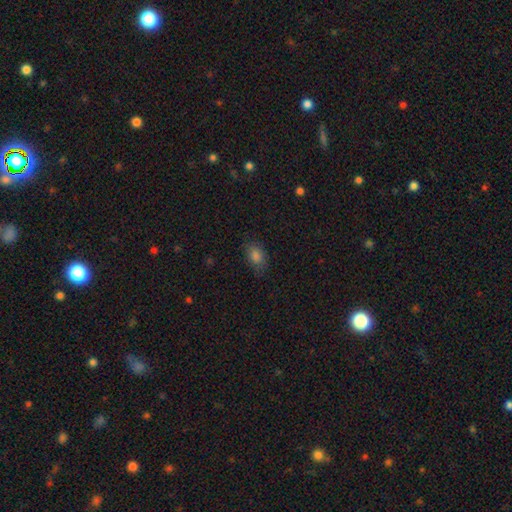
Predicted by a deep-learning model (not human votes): This is clearly a smooth galaxy (80%). How rounded: clearly in between (84%). Merging: likely none (77%).